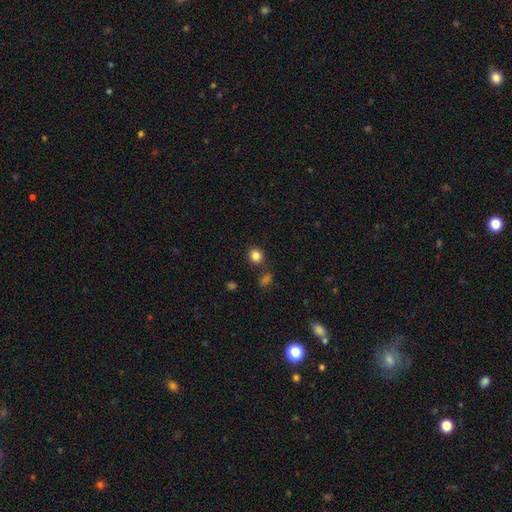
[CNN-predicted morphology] A smooth galaxy with no disk features (84%) that is round (83%).

Vote fractions:
- Smooth or featured? smooth: 84% / star or artifact: 11% / featured or disk: 4%
- How rounded? round: 83% / in between: 16% / cigar-shaped: 1%
- Merging? none: 82% / minor disturbance: 8% / merger: 7% / major disturbance: 3%